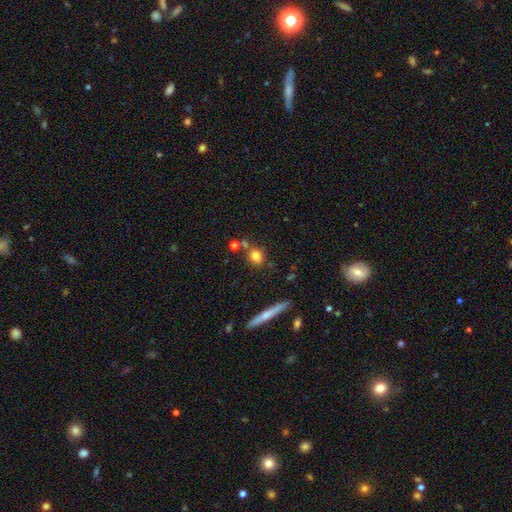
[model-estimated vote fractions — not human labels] Morphology: type=smooth (74%); roundness=round (63%); merging=none (67%).